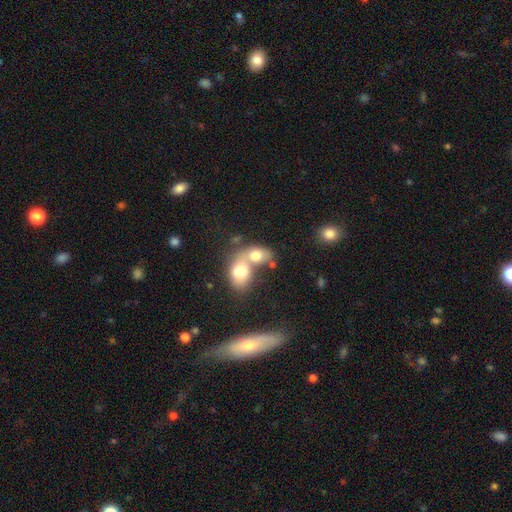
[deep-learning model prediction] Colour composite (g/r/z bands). It shows a smooth galaxy with no disk features (72%) that is in between round and cigar-shaped (71%). Merging: merger (73%).